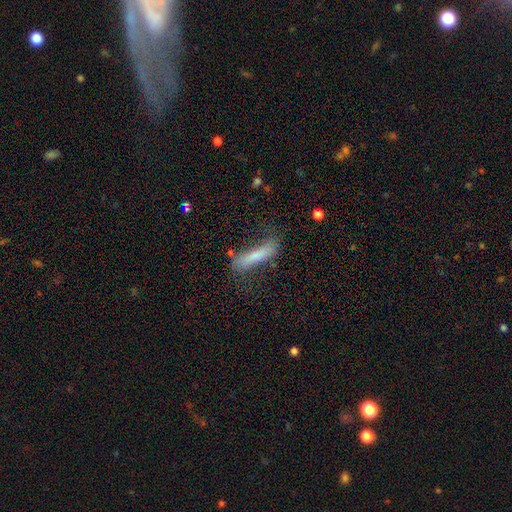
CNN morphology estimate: Smooth or featured?
  - smooth: 68% *
  - featured or disk: 24%
  - star or artifact: 7%
How rounded?
  - cigar-shaped: 84% *
  - in between: 15%
  - round: 2%
Merging?
  - none: 62% *
  - minor disturbance: 24%
  - major disturbance: 10%
  - merger: 4%